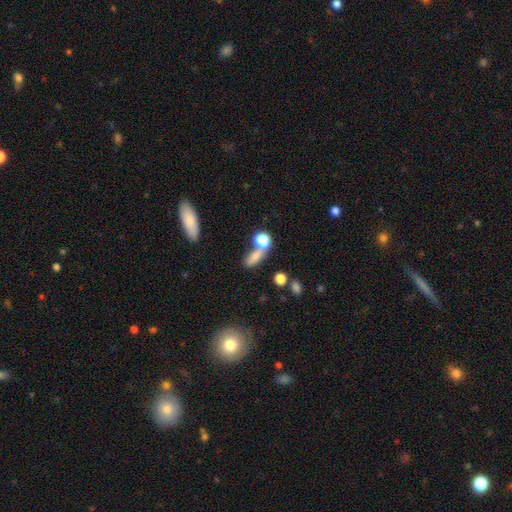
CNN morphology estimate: A smooth galaxy with no disk features (73%) that is in between round and cigar-shaped (53%).

Vote fractions:
- Smooth or featured? smooth: 73% / star or artifact: 14% / featured or disk: 13%
- How rounded? in between: 53% / round: 24% / cigar-shaped: 23%
- Merging? none: 41% / merger: 37% / minor disturbance: 12% / major disturbance: 9%